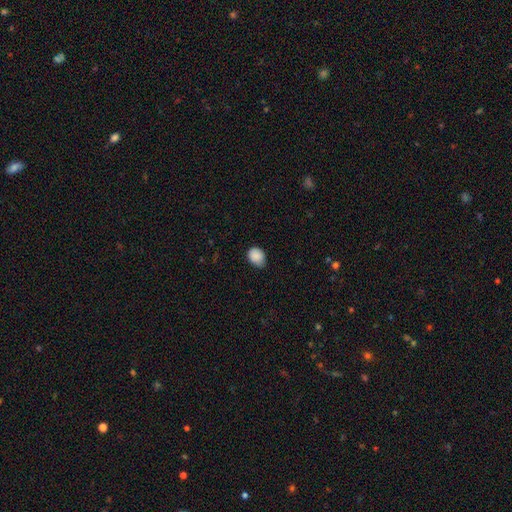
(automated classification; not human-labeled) smooth_or_featured: smooth (p=0.89) [alt: star or artifact p=0.08]
how_rounded: in between (p=0.59) [alt: round p=0.40]
merging: none (p=0.64) [alt: minor disturbance p=0.31]